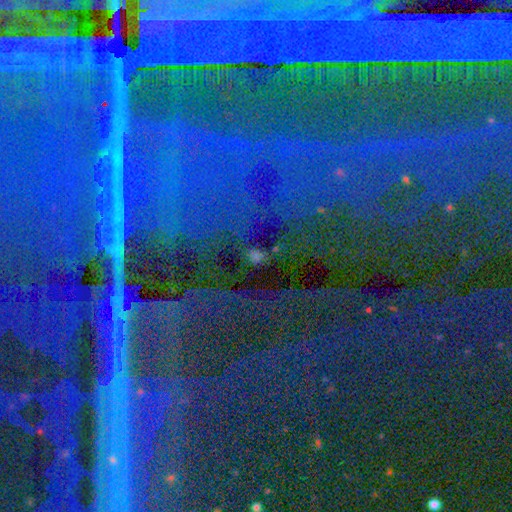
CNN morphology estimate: A star or artifact, not a galaxy (75%).

Vote fractions:
- Smooth or featured? star or artifact: 75% / smooth: 15% / featured or disk: 10%